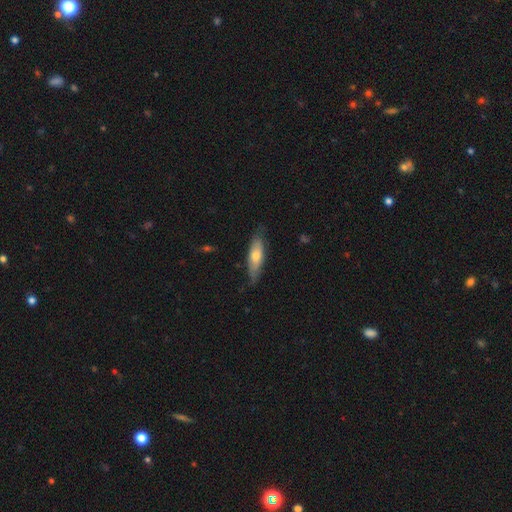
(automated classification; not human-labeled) Smooth or featured?
  - smooth: 60% *
  - featured or disk: 34%
  - star or artifact: 5%
How rounded?
  - cigar-shaped: 53% *
  - in between: 45%
  - round: 2%
Merging?
  - none: 71% *
  - minor disturbance: 24%
  - major disturbance: 4%
  - merger: 1%